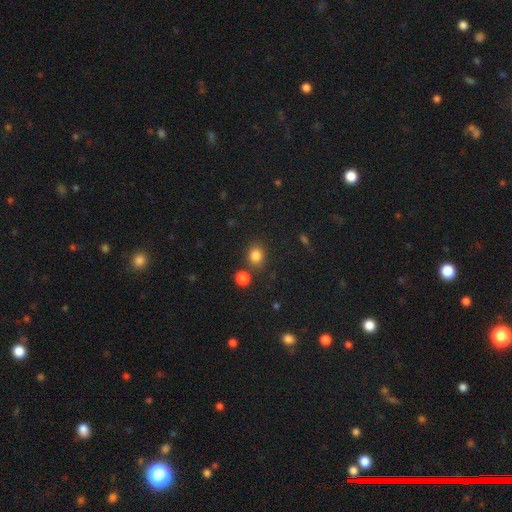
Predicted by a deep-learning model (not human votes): A smooth galaxy with no disk features (83%) that is round (68%).

Vote fractions:
- Smooth or featured? smooth: 83% / star or artifact: 13% / featured or disk: 5%
- How rounded? round: 68% / in between: 31% / cigar-shaped: 1%
- Merging? none: 77% / minor disturbance: 10% / merger: 10% / major disturbance: 4%